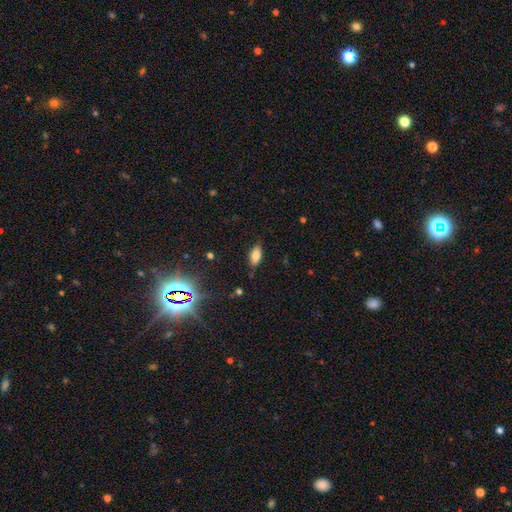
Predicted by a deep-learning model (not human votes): Smooth or featured? Predicted: smooth (p=0.78). How rounded? Predicted: in between (p=0.89). Merging? Predicted: none (p=0.83).